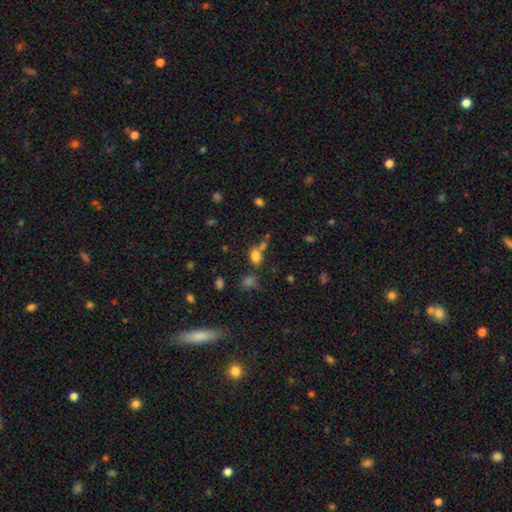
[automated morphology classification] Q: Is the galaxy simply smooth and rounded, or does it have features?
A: smooth — 75%.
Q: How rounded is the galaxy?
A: in between — 74%.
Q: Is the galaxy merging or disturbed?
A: none — 49%.